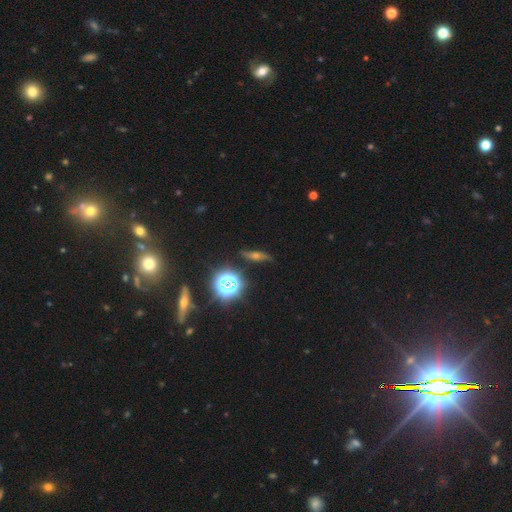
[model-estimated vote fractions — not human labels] A featured or disk galaxy (45%).

Vote fractions:
- Smooth or featured? featured or disk: 45% / star or artifact: 29% / smooth: 26%
- Merging? none: 85% / minor disturbance: 10% / major disturbance: 3% / merger: 2%